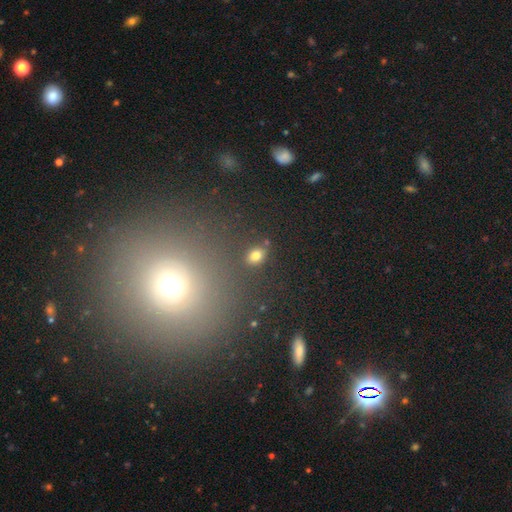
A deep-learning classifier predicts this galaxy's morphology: smooth_or_featured: smooth (p=0.78) [alt: star or artifact p=0.15]
how_rounded: in between (p=0.66) [alt: round p=0.32]
merging: none (p=0.82) [alt: minor disturbance p=0.10]